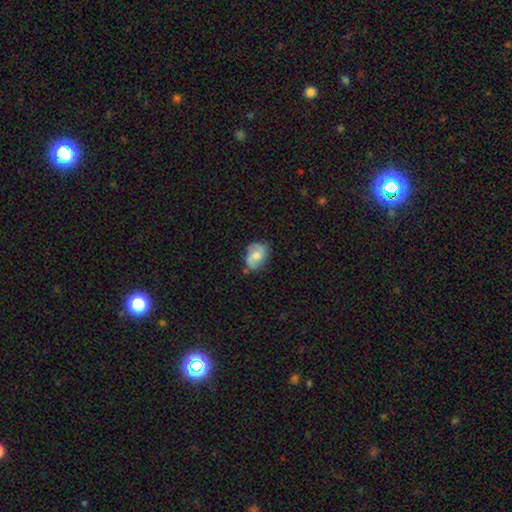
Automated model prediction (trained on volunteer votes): Morphology: type=featured or disk (53%); edge-on=no (97%); bar=no (58%); spiral arms=yes (88%); bulge=moderate (54%); merging=none (68%).